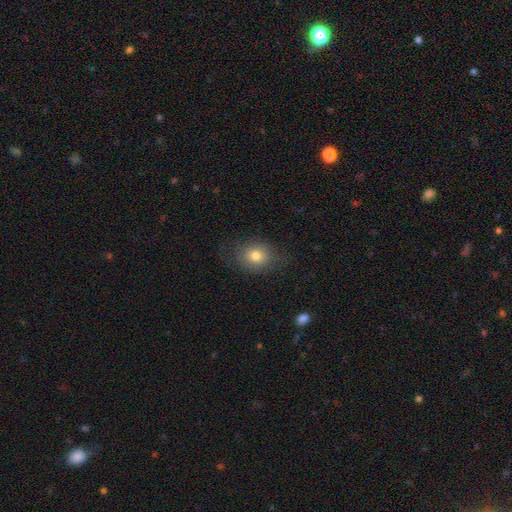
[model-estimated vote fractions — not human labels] A smooth galaxy with no disk features (76%) that is round (56%). Merging: none (75%).